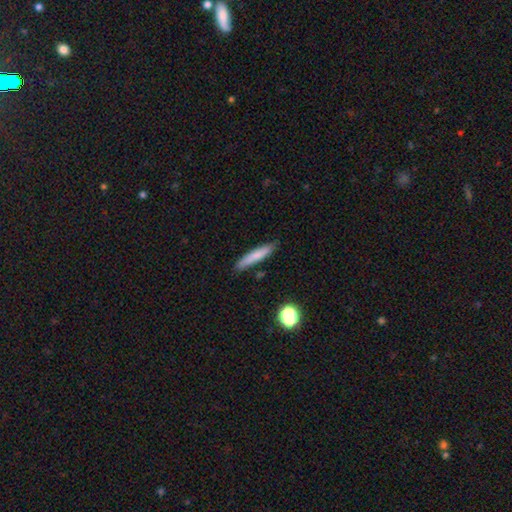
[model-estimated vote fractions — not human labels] smooth-or-featured: smooth: 75% | featured or disk: 17% | star or artifact: 7%
  how-rounded: cigar-shaped: 90% | in between: 8% | round: 2%
  merging: none: 85% | minor disturbance: 11% | major disturbance: 2% | merger: 2%